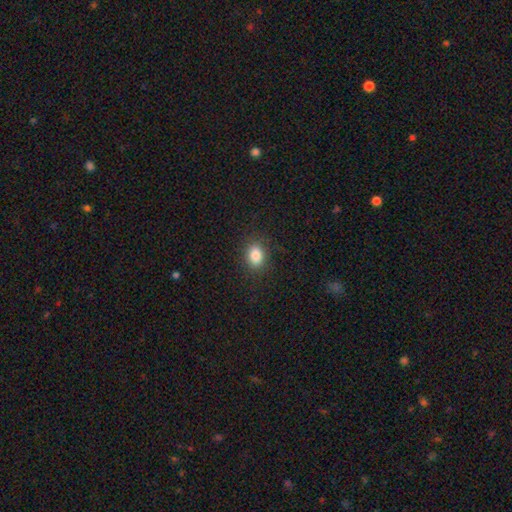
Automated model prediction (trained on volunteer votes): Smooth or featured? smooth (85%)
How rounded? in between (65%)
Merging? none (86%)